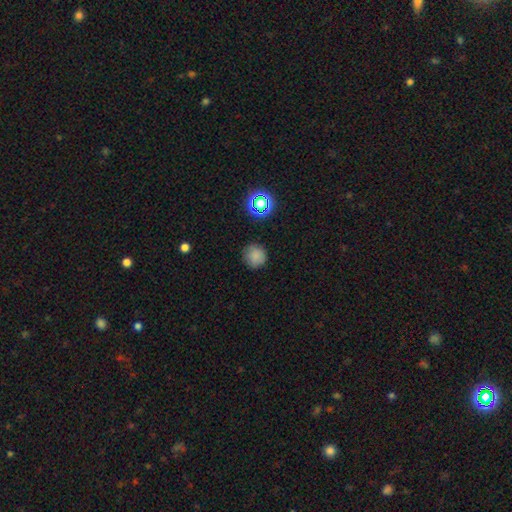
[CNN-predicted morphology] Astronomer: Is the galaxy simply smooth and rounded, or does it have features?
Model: smooth — 79%.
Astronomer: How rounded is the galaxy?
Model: round — 93%.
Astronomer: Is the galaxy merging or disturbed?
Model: none — 85%.